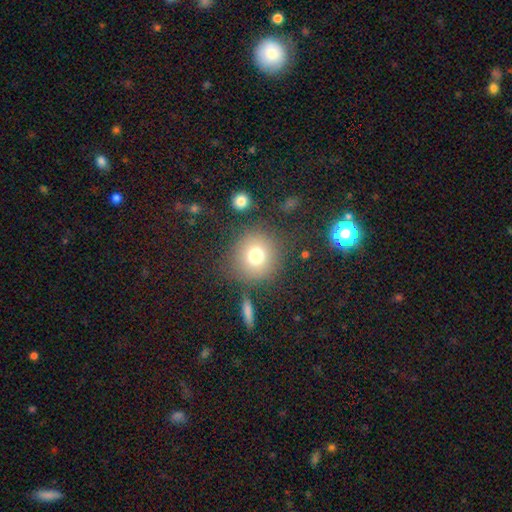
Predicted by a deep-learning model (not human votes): Smooth or featured? smooth (74%)
How rounded? round (90%)
Merging? none (79%)